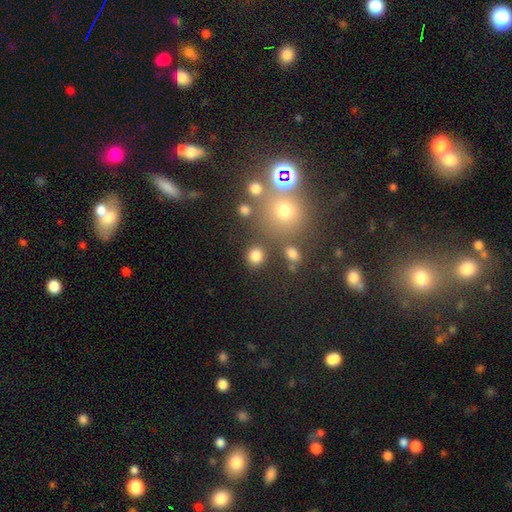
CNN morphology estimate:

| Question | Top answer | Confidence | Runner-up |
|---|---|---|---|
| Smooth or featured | smooth | 80% | star or artifact (14%) |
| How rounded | round | 83% | in between (16%) |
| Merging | none | 80% | minor disturbance (9%) |